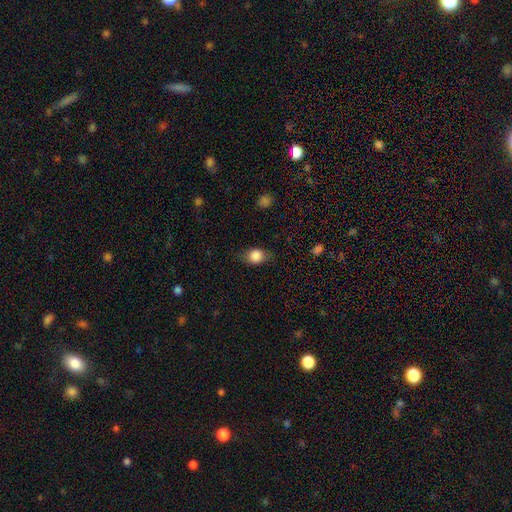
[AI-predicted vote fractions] Smooth or featured? smooth (83%)
How rounded? in between (50%)
Merging? none (72%)